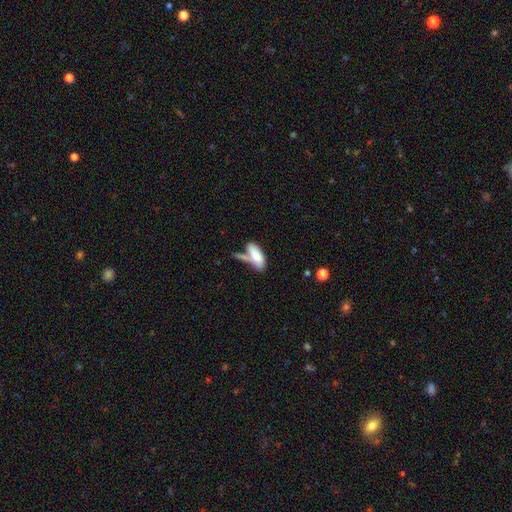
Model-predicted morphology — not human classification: Smooth or featured?
  - smooth: 77% *
  - featured or disk: 16%
  - star or artifact: 7%
How rounded?
  - in between: 79% *
  - cigar-shaped: 19%
  - round: 2%
Merging?
  - merger: 37% *
  - none: 32%
  - minor disturbance: 18%
  - major disturbance: 13%